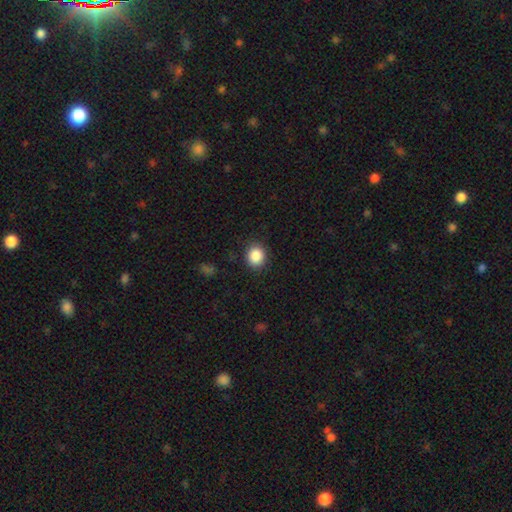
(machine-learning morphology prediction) Smooth or featured: smooth — 87% (star or artifact — 9%)
How rounded: round — 73% (in between — 26%)
Merging: none — 88% (minor disturbance — 9%)